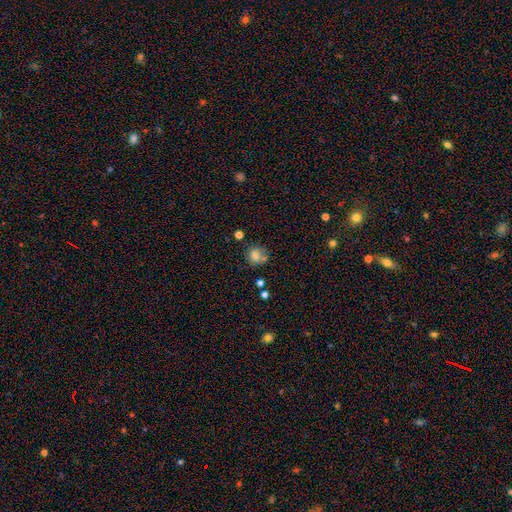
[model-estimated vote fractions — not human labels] A smooth galaxy with no disk features (74%) that is round (76%). Merging: none (55%).